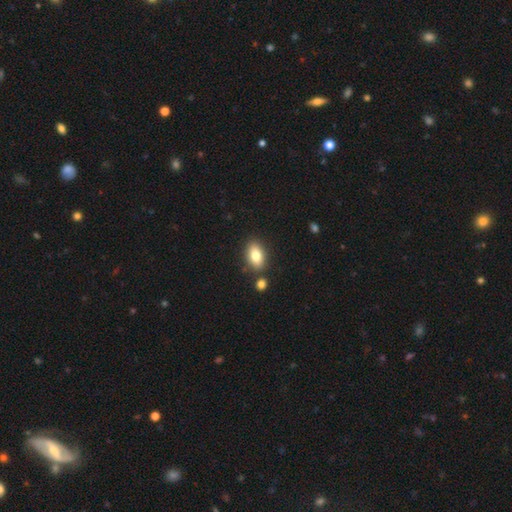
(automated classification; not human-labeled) smooth 79%, featured or disk 13%, star or artifact 8%. Down the decision tree: how rounded — in between (88%); merging — none (79%).